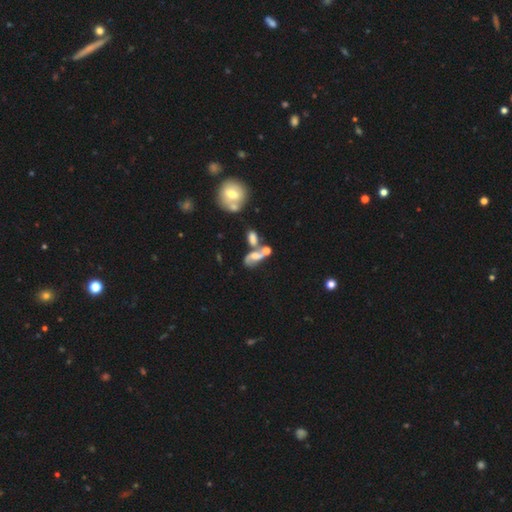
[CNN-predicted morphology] Overall: featured or disk (55%; smooth 33%). Edge-on disk: no (92%). Bar: no (58%; weak 30%). Spiral arms: yes (68%; no 32%). Bulge size: moderate (32%; small 28%). Merging: merger (48%; none 25%).